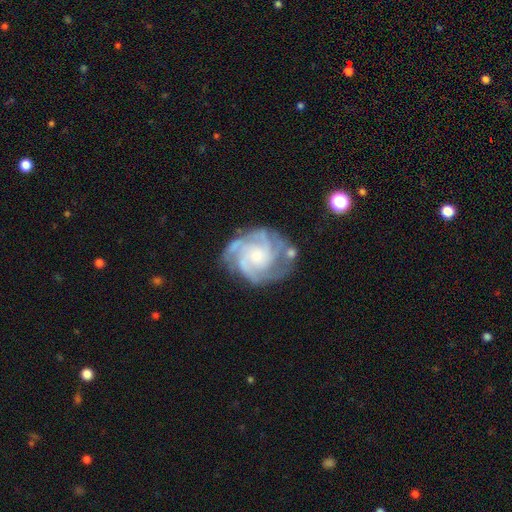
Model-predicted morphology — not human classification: smooth-or-featured: featured or disk: 88% | smooth: 7% | star or artifact: 5%
  disk-edge-on: no: 98% | yes: 2%
    bar: no: 72% | weak: 23% | strong: 4%
    has-spiral-arms: yes: 97% | no: 3%
      spiral-winding: tight: 62% | medium: 33% | loose: 6%
      spiral-arm-count: 3: 32% | 4: 29% | can't tell: 16% | 2: 10% | more than 4: 7% | 1: 5%
    bulge-size: small: 54% | moderate: 36% | none: 5% | large: 4% | dominant: 1%
  merging: none: 69% | minor disturbance: 19% | major disturbance: 9% | merger: 4%